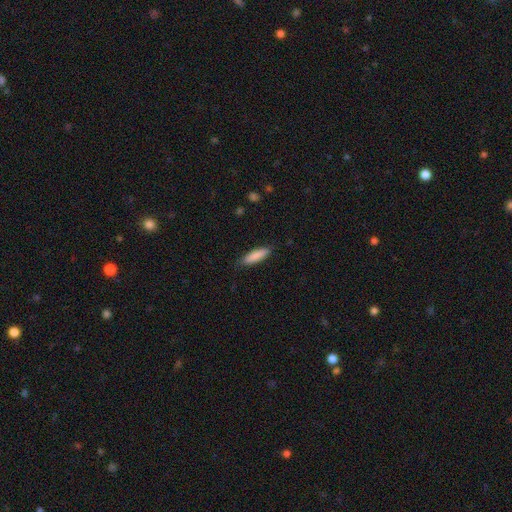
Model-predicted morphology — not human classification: Smooth or featured?
  - smooth: 86% *
  - featured or disk: 8%
  - star or artifact: 6%
How rounded?
  - cigar-shaped: 67% *
  - in between: 32%
  - round: 1%
Merging?
  - none: 85% *
  - minor disturbance: 11%
  - major disturbance: 2%
  - merger: 1%